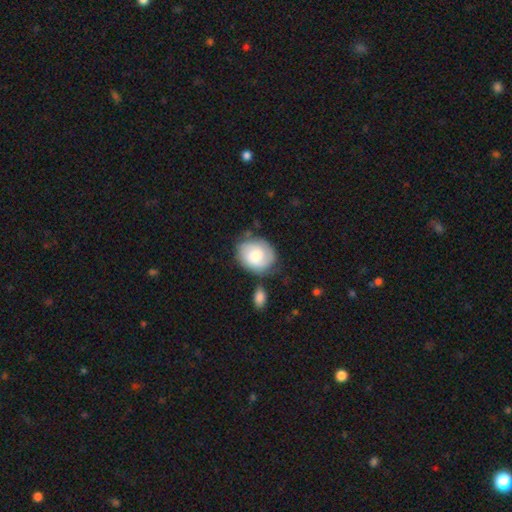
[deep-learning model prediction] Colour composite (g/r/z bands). It shows a smooth galaxy with no disk features (53%) that is round (56%). Merging: none (65%).